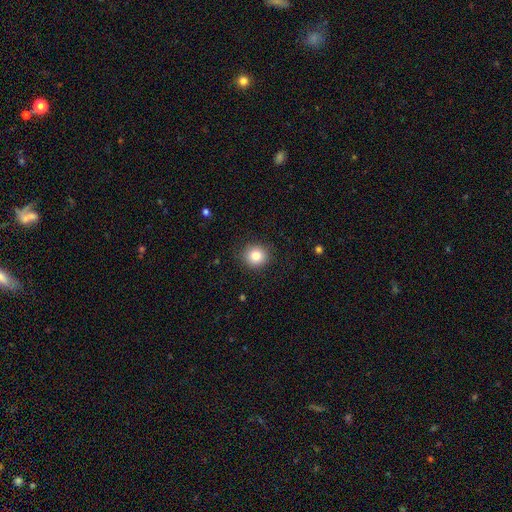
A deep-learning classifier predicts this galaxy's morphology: Smooth or featured? smooth (83%)
How rounded? round (88%)
Merging? none (89%)